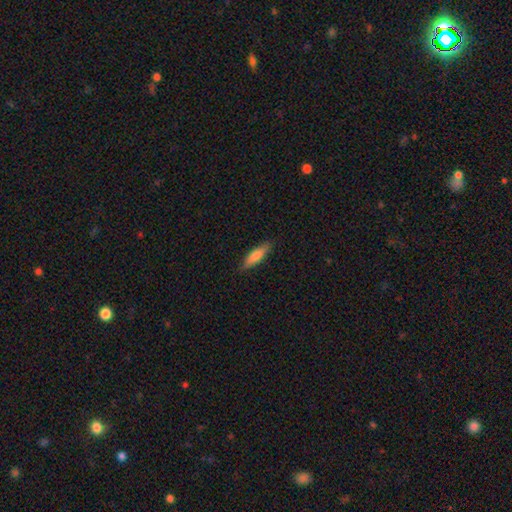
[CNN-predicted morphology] This is likely a smooth galaxy (77%). How rounded: likely cigar-shaped (64%). Merging: clearly none (87%).